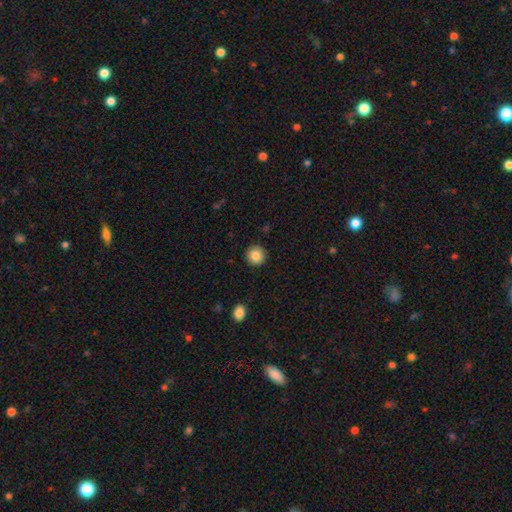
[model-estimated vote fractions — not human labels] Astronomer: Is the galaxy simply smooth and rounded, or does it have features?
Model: smooth — 85%.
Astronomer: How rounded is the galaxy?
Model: round — 94%.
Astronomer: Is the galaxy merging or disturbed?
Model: none — 91%.